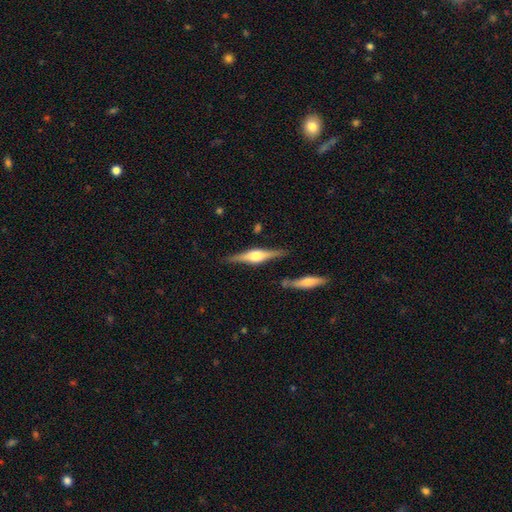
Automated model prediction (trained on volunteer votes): A featured or disk galaxy (79%) viewed edge-on (98%) with a rounded central bulge (89%).

Vote fractions:
- Smooth or featured? featured or disk: 79% / smooth: 16% / star or artifact: 6%
- Edge-on disk? yes: 98% / no: 2%
- Edge-on bulge? rounded: 89% / boxy: 9% / none: 2%
- Merging? none: 85% / minor disturbance: 9% / merger: 4% / major disturbance: 2%